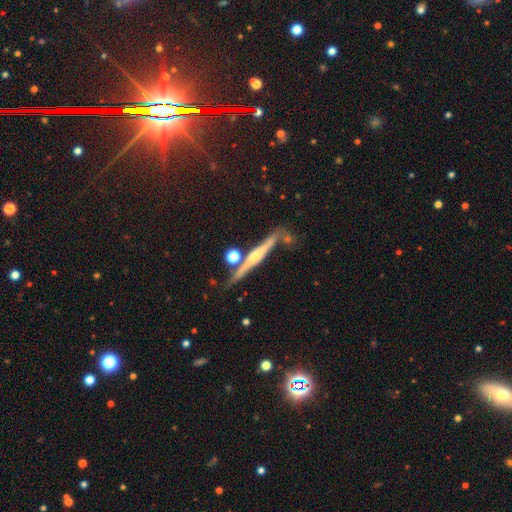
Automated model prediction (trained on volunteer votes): Smooth or featured? Predicted: featured or disk (p=0.76). Edge-on disk? Predicted: yes (p=0.96). Edge-on bulge? Predicted: rounded (p=0.85). Merging? Predicted: none (p=0.77).